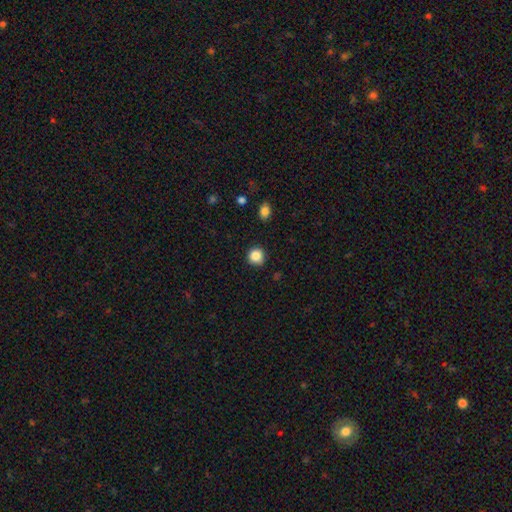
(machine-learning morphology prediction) This is clearly a smooth galaxy (86%). How rounded: clearly round (93%). Merging: clearly none (90%).